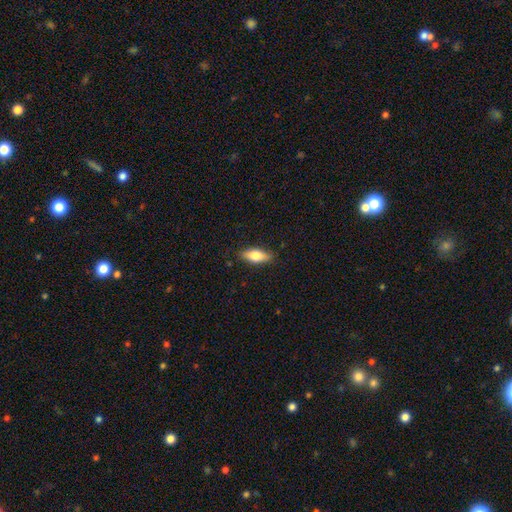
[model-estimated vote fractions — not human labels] This appears to be a smooth galaxy with no disk features (74%) that is in between round and cigar-shaped (75%). Merging: none (85%).